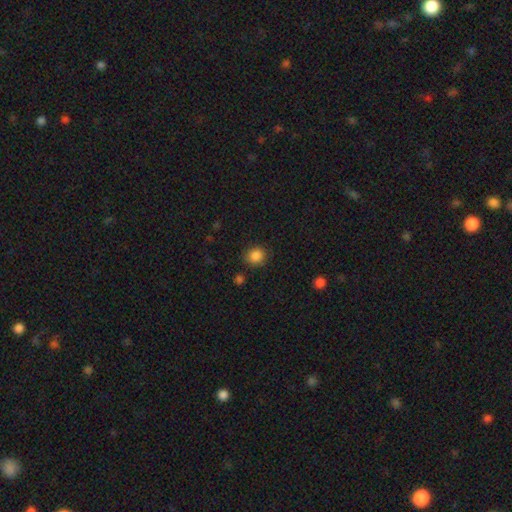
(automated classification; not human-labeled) This appears to be a smooth galaxy with no disk features (86%) that is round (84%). Merging: none (86%).